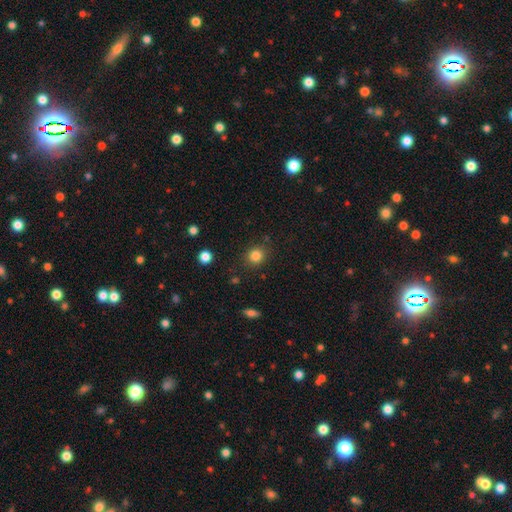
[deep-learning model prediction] This is clearly a smooth galaxy (83%). How rounded: clearly round (83%). Merging: clearly none (86%).